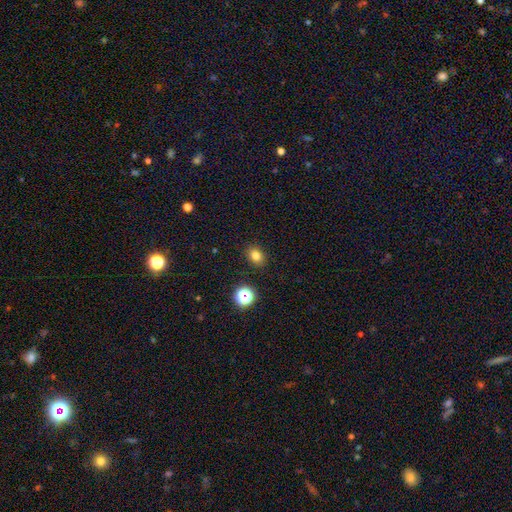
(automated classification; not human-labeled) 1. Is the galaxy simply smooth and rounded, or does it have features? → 79% smooth, 15% star or artifact, 6% featured or disk.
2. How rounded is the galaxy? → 54% in between, 45% round, 1% cigar-shaped.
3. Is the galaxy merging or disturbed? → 87% none, 8% minor disturbance, 3% major disturbance, 2% merger.